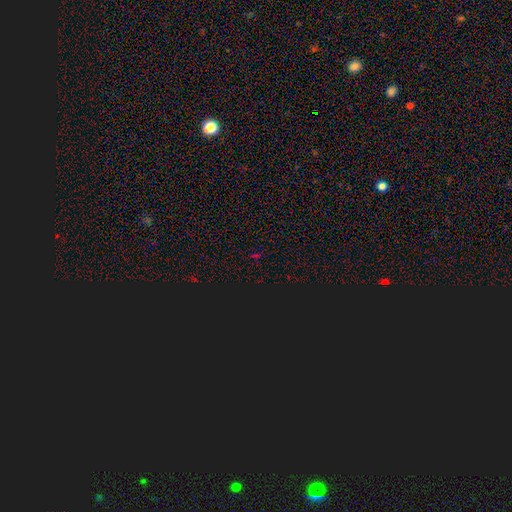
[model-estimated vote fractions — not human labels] Overall: star or artifact (75%).